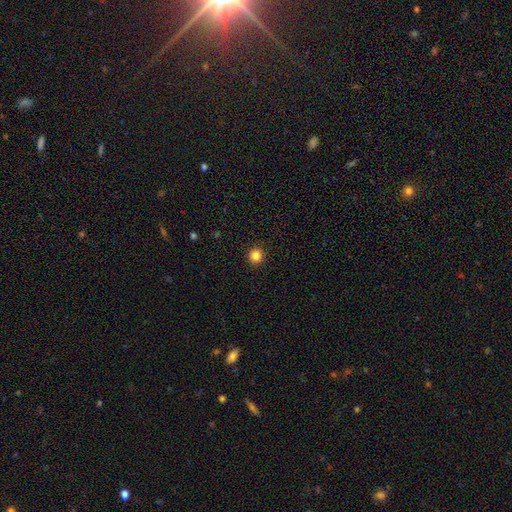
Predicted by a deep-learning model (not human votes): Q: Smooth or featured?
A: smooth (85%); runner-up: star or artifact (12%)
Q: How rounded?
A: round (93%); runner-up: in between (6%)
Q: Merging?
A: none (92%); runner-up: minor disturbance (5%)